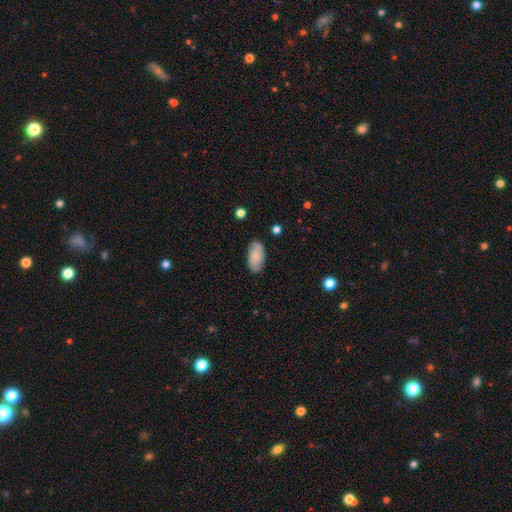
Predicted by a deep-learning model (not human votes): This appears to be a smooth galaxy with no disk features (80%) that is in between round and cigar-shaped (94%). Merging: none (81%).